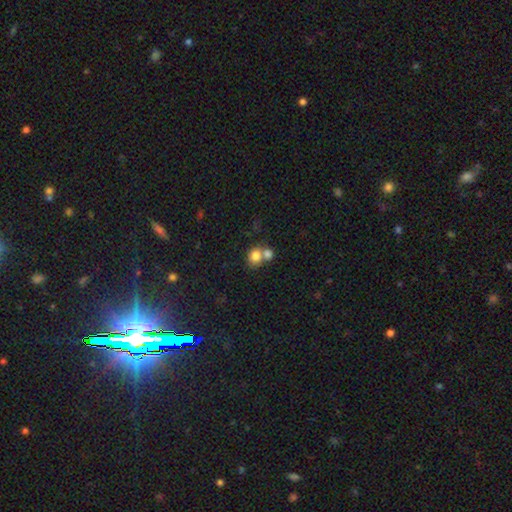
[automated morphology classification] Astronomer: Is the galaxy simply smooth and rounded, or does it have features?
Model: smooth — 79%.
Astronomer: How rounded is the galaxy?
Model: round — 74%.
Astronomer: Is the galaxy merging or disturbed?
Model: merger — 50% (runner-up: none, 39%).